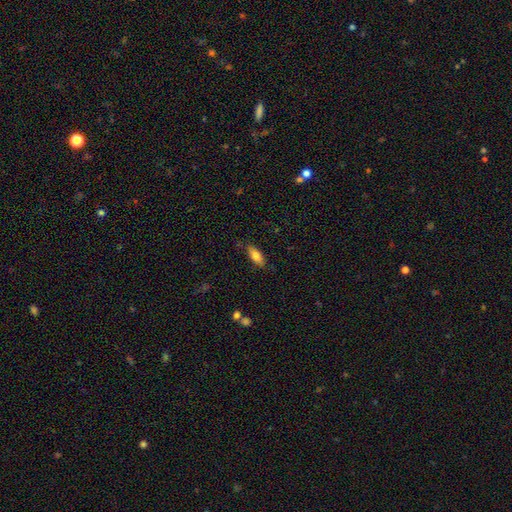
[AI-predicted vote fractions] A smooth galaxy with no disk features (79%) that is in between round and cigar-shaped (75%). Merging: none (80%).